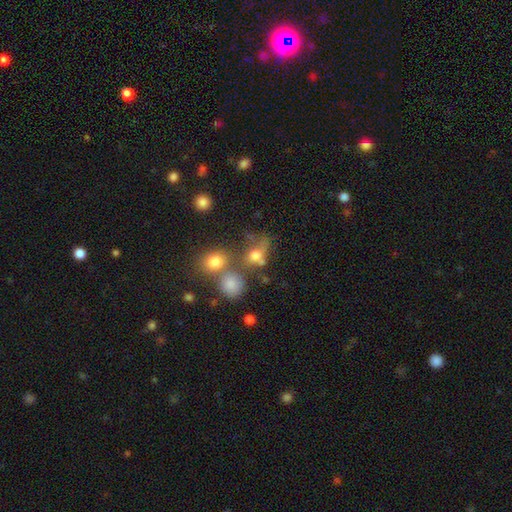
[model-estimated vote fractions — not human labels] This is likely a smooth galaxy (68%). How rounded: possibly round (57%). Merging: marginally merger (41%).